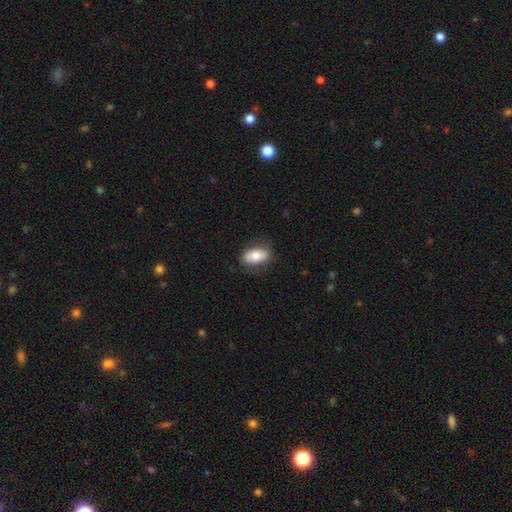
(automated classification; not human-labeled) Overall: smooth (73%). How rounded: in between (90%). Merging: none (79%).